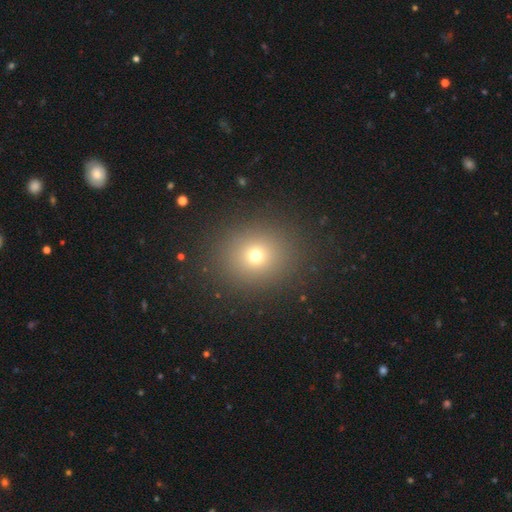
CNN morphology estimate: This is likely a smooth galaxy (69%). How rounded: clearly round (80%). Merging: clearly none (89%).